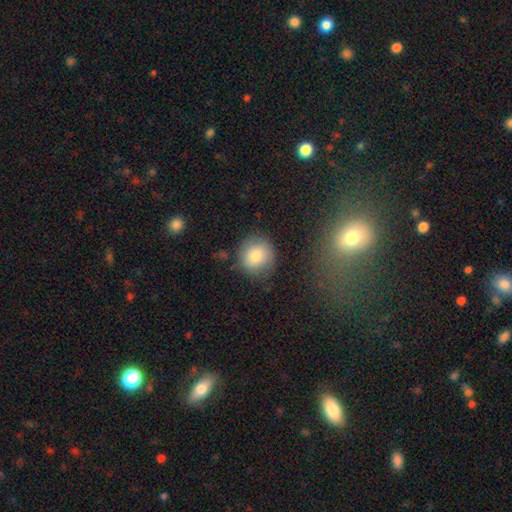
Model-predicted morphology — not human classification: Smooth or featured? Predicted: smooth (p=0.81). How rounded? Predicted: round (p=0.87). Merging? Predicted: none (p=0.79).